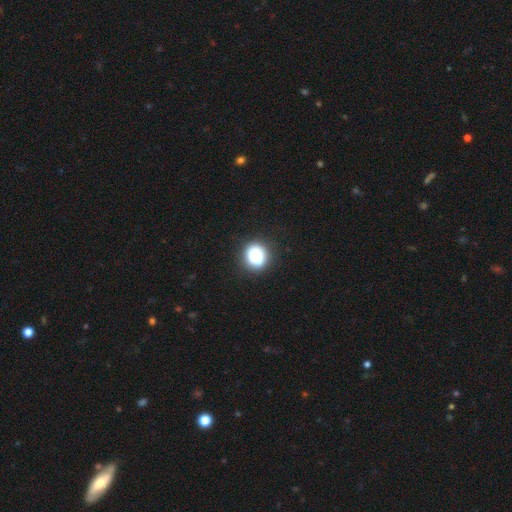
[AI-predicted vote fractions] Smooth or featured? smooth (82%)
How rounded? round (83%)
Merging? none (85%)